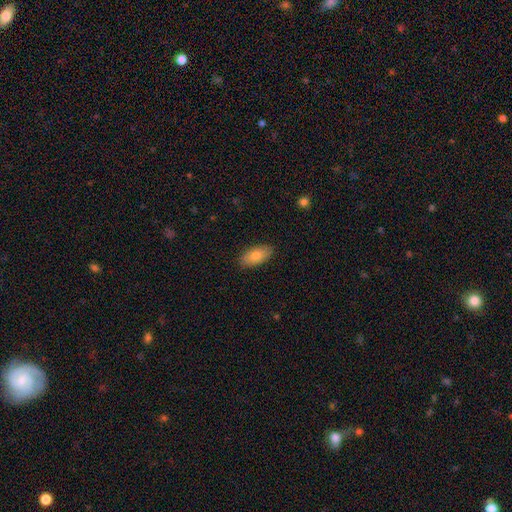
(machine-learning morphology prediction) smooth-or-featured: smooth: 80% | featured or disk: 13% | star or artifact: 7%
  how-rounded: in between: 91% | cigar-shaped: 6% | round: 3%
  merging: none: 89% | minor disturbance: 9% | major disturbance: 2% | merger: 1%